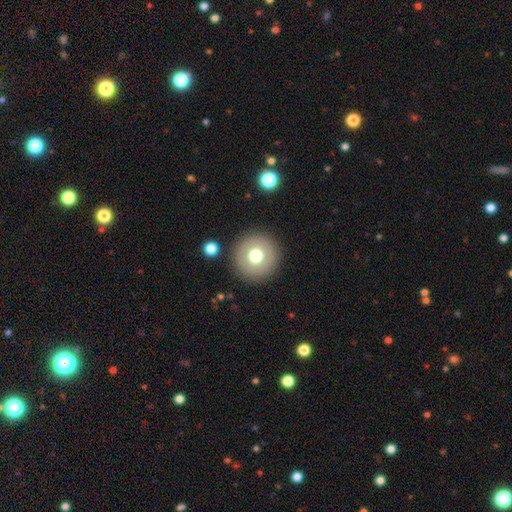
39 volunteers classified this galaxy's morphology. A smooth galaxy with no disk features (79%) that is round (100%).

Vote fractions:
- Smooth or featured? smooth: 79% / featured or disk: 18% / star or artifact: 3%
- How rounded? round: 100% / in between: 0% / cigar-shaped: 0%
- Merging? none: 74% / minor disturbance: 24% / major disturbance: 3% / merger: 0%